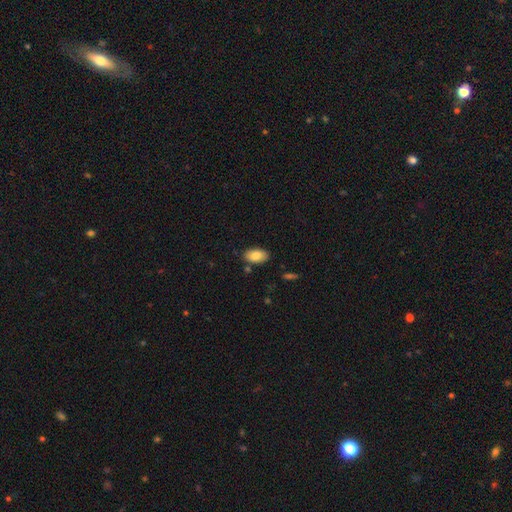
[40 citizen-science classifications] smooth 82%, star or artifact 10%, featured or disk 8%. Down the decision tree: how rounded — in between (91%); merging — none (92%).